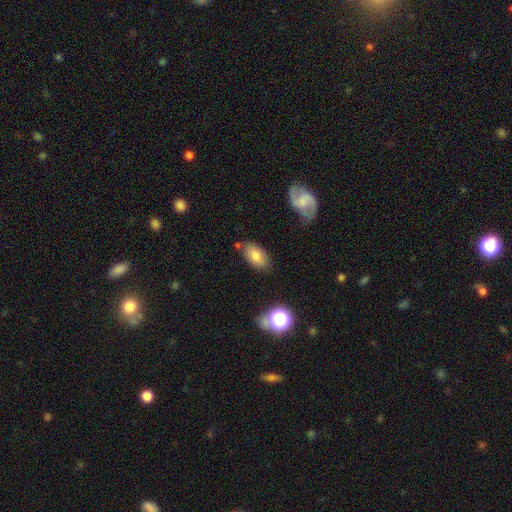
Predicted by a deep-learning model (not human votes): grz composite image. It shows a smooth galaxy with no disk features (78%) that is in between round and cigar-shaped (92%). Merging: none (74%).